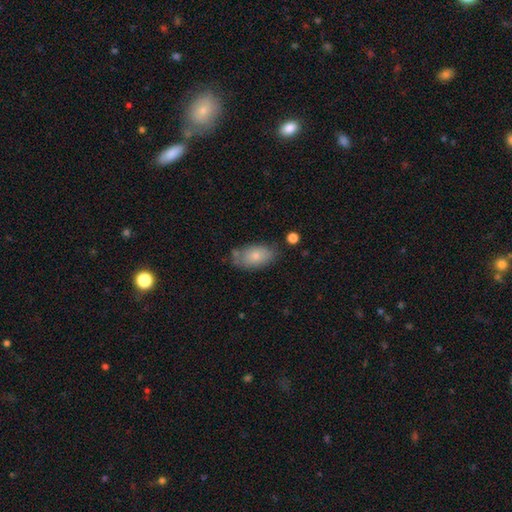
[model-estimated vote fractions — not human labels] Overall: smooth (77%). How rounded: in between (92%). Merging: none (65%).